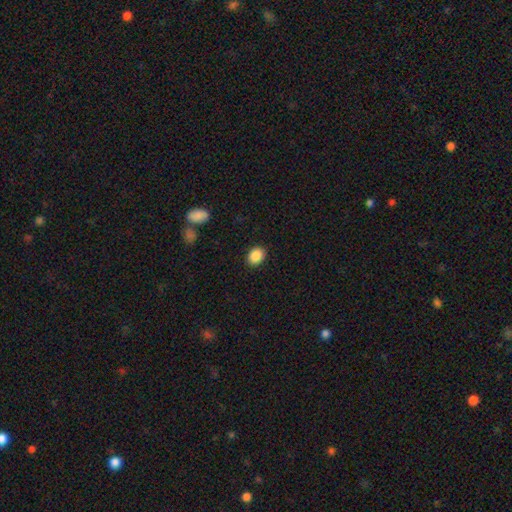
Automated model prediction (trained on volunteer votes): Q: Smooth or featured?
A: smooth (88%); runner-up: star or artifact (8%)
Q: How rounded?
A: in between (57%); runner-up: round (43%)
Q: Merging?
A: none (89%); runner-up: minor disturbance (8%)